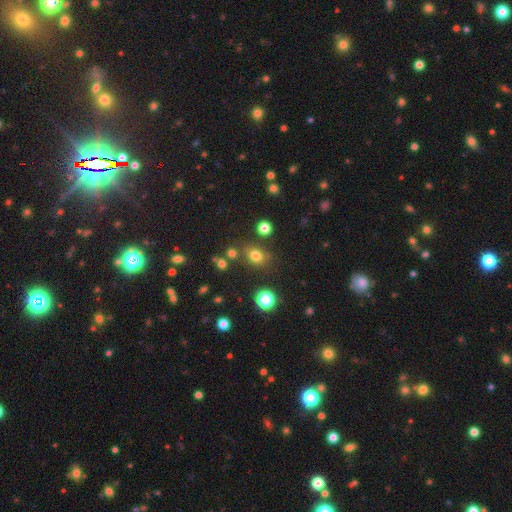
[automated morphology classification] smooth_or_featured: smooth (p=0.73) [alt: star or artifact p=0.19]
how_rounded: round (p=0.53) [alt: in between p=0.45]
merging: none (p=0.76) [alt: minor disturbance p=0.12]